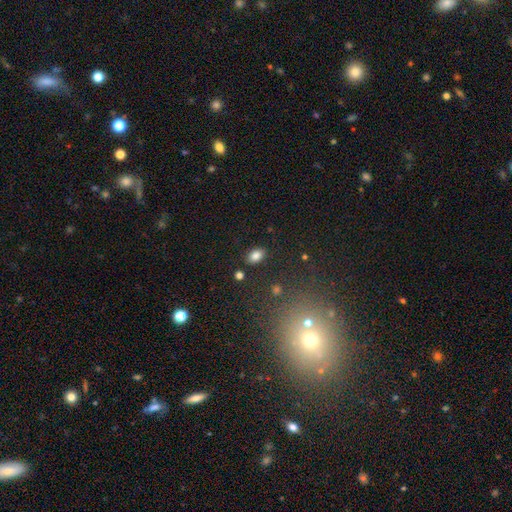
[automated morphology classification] Smooth or featured? smooth (83%)
How rounded? in between (86%)
Merging? none (85%)